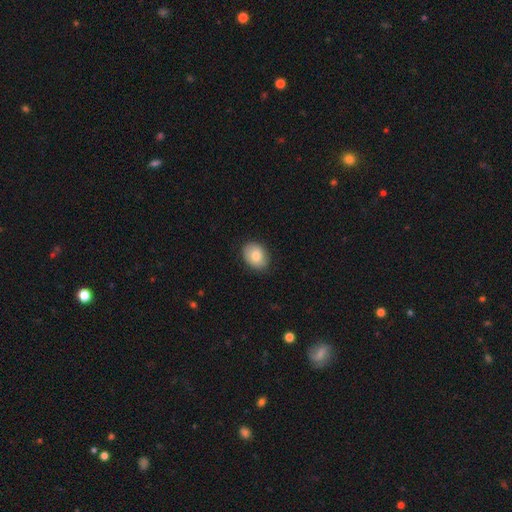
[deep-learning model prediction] smooth_or_featured: smooth (p=0.80) [alt: featured or disk p=0.13]
how_rounded: in between (p=0.65) [alt: round p=0.34]
merging: none (p=0.85) [alt: minor disturbance p=0.12]